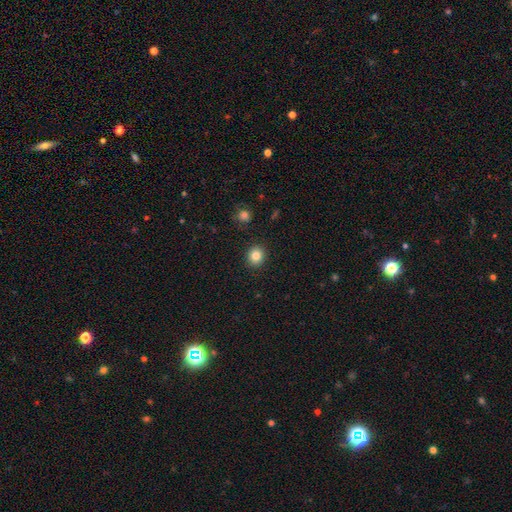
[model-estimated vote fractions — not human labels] smooth 84%, star or artifact 11%, featured or disk 6%. Down the decision tree: how rounded — round (82%); merging — none (91%).